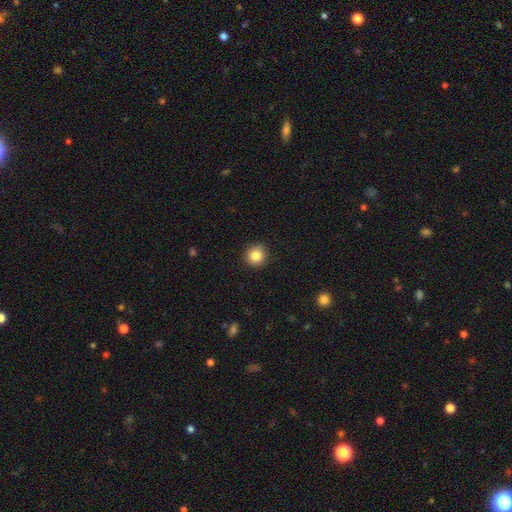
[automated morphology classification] smooth-or-featured: smooth: 84% | star or artifact: 10% | featured or disk: 5%
  how-rounded: round: 93% | in between: 6% | cigar-shaped: 1%
  merging: none: 89% | minor disturbance: 8% | major disturbance: 2% | merger: 1%